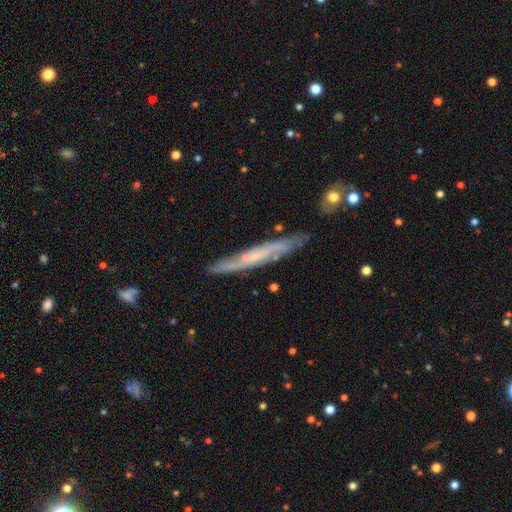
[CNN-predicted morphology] Smooth or featured: featured or disk — 66% (smooth — 27%)
Edge-on disk: yes — 73% (no — 27%)
Merging: none — 80% (minor disturbance — 15%)